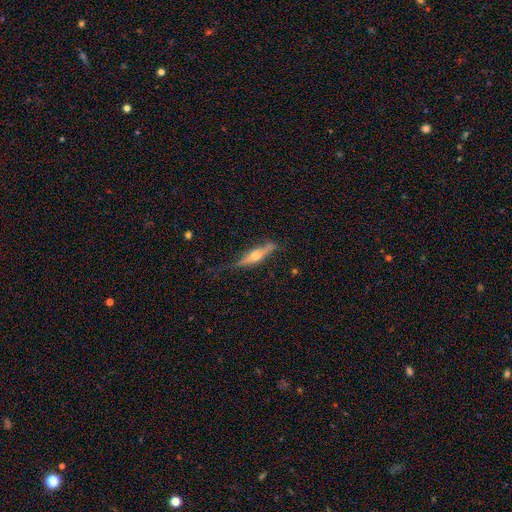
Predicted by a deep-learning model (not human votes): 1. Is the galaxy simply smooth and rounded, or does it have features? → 62% featured or disk, 33% smooth, 6% star or artifact.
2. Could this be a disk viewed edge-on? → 93% yes, 7% no.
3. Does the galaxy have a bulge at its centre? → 92% rounded, 4% none, 4% boxy.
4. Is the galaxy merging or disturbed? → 65% none, 25% minor disturbance, 7% major disturbance, 2% merger.